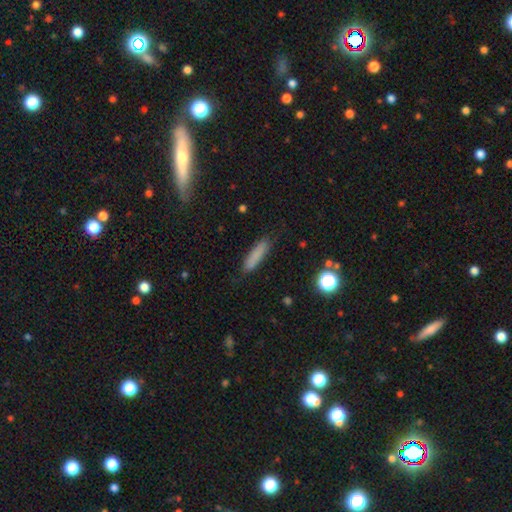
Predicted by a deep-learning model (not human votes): smooth 80%, featured or disk 10%, star or artifact 10%. Down the decision tree: how rounded — cigar-shaped (80%); merging — none (83%).